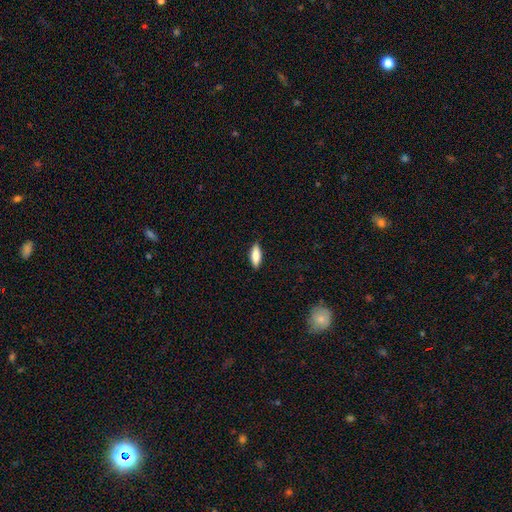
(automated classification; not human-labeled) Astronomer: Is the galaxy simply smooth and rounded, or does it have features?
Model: smooth — 80%.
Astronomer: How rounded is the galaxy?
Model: in between — 70%.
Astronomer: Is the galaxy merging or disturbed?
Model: none — 87%.